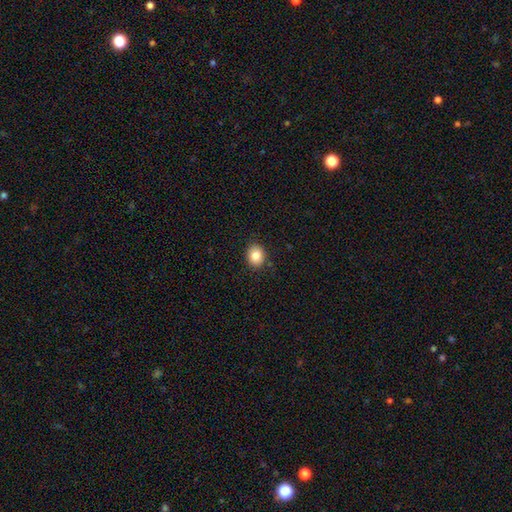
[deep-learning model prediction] This is clearly a smooth galaxy (83%). How rounded: likely round (62%). Merging: clearly none (88%).